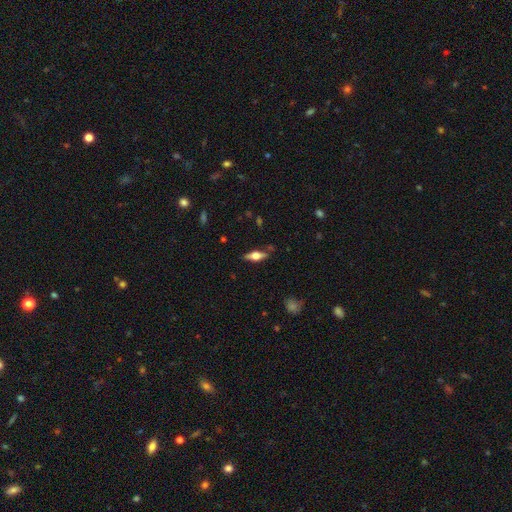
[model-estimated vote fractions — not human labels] Smooth or featured? featured or disk (51%)
Edge-on disk? yes (92%)
Merging? none (81%)